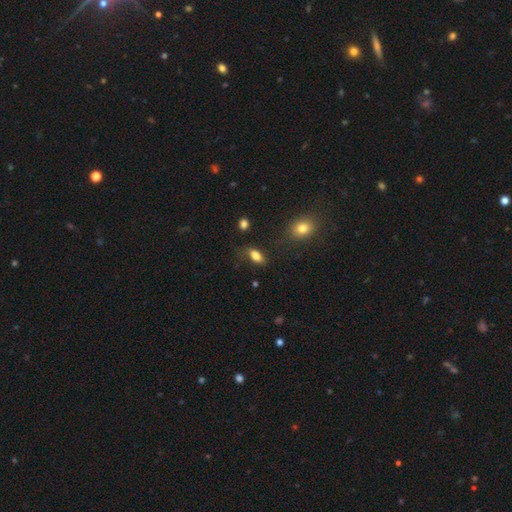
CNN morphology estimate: type=smooth (80%); roundness=in between (85%); merging=none (71%).